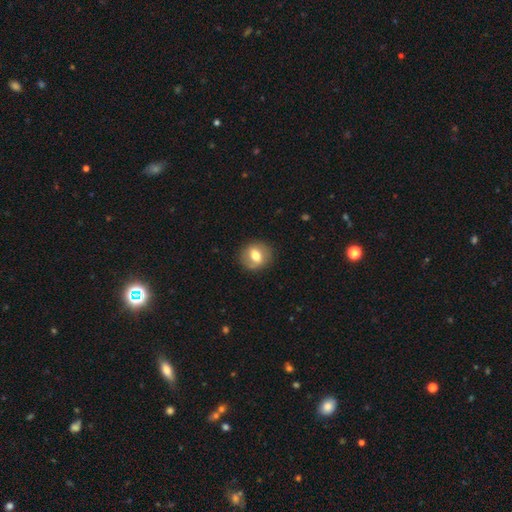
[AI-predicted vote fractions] A smooth galaxy with no disk features (62%) that is round (74%).

Vote fractions:
- Smooth or featured? smooth: 62% / featured or disk: 30% / star or artifact: 8%
- How rounded? round: 74% / in between: 25% / cigar-shaped: 1%
- Merging? none: 85% / minor disturbance: 11% / major disturbance: 4% / merger: 1%